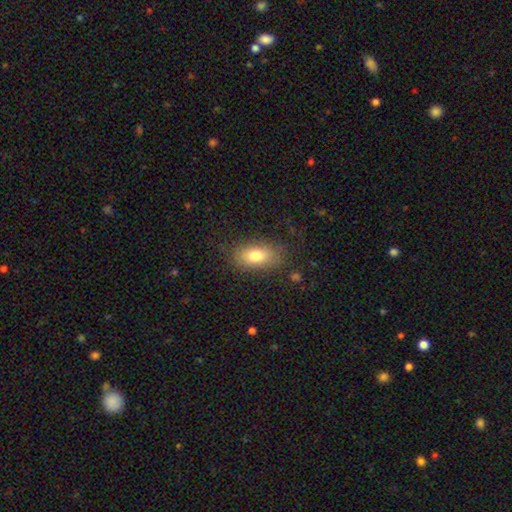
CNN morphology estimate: Smooth or featured?
  - smooth: 78% *
  - featured or disk: 14%
  - star or artifact: 8%
How rounded?
  - in between: 87% *
  - round: 8%
  - cigar-shaped: 6%
Merging?
  - none: 79% *
  - minor disturbance: 14%
  - major disturbance: 5%
  - merger: 1%